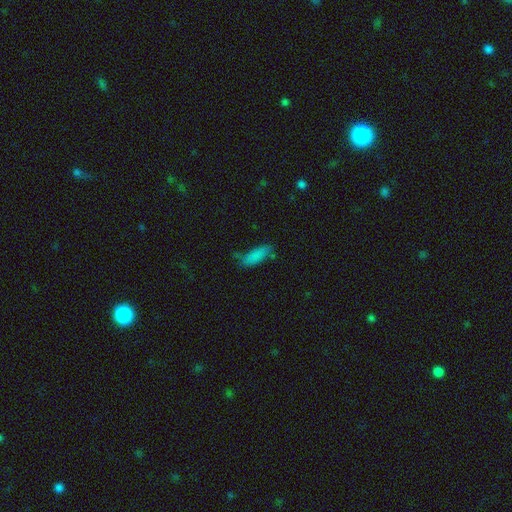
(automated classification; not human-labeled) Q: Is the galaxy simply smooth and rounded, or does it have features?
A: smooth — 83%.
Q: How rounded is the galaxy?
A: in between — 61%.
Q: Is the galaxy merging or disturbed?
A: none — 63%.